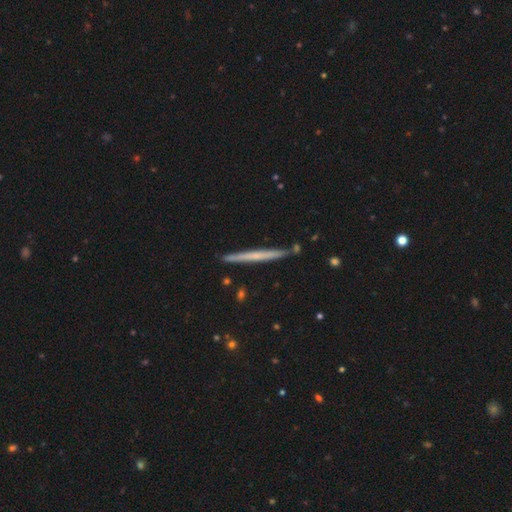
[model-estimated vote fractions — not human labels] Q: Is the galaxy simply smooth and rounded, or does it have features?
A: featured or disk — 52%.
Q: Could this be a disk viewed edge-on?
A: yes — 97%.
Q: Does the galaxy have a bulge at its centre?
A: none — 80%.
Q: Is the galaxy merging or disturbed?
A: none — 89%.